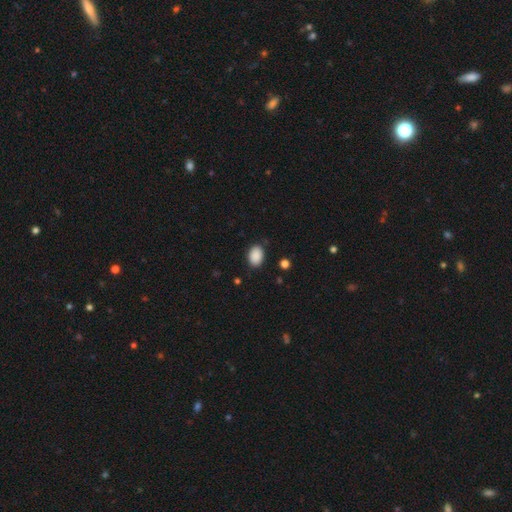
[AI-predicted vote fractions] This is clearly a smooth galaxy (89%). How rounded: likely in between (79%). Merging: clearly none (84%).